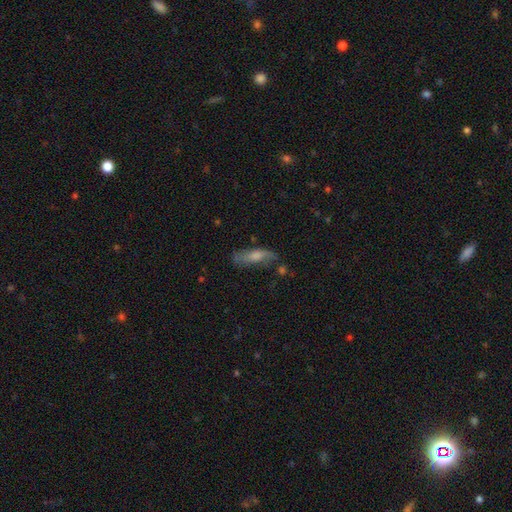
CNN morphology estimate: featured or disk 45%, smooth 44%, star or artifact 11%. Down the decision tree: merging — none (64%).